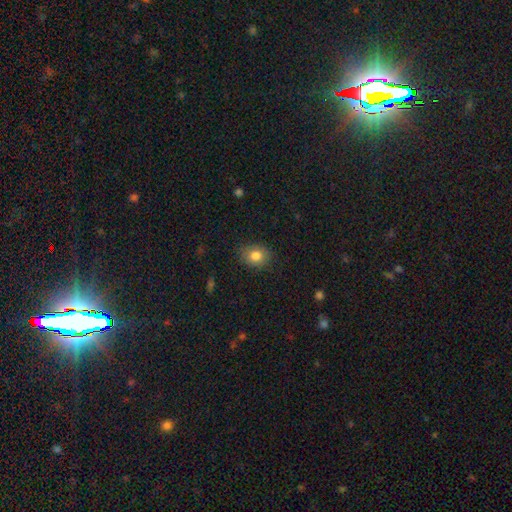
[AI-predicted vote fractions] Overall: smooth (82%). How rounded: in between (50%; round 49%). Merging: none (82%).